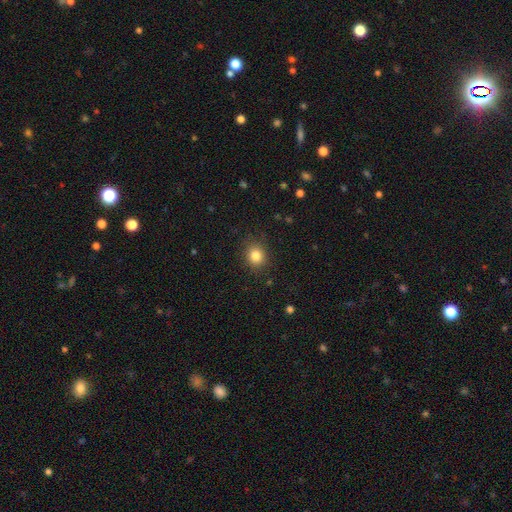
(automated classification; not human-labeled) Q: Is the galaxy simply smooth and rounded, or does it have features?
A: smooth — 83%.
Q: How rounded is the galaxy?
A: round — 74%.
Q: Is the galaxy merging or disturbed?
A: none — 86%.